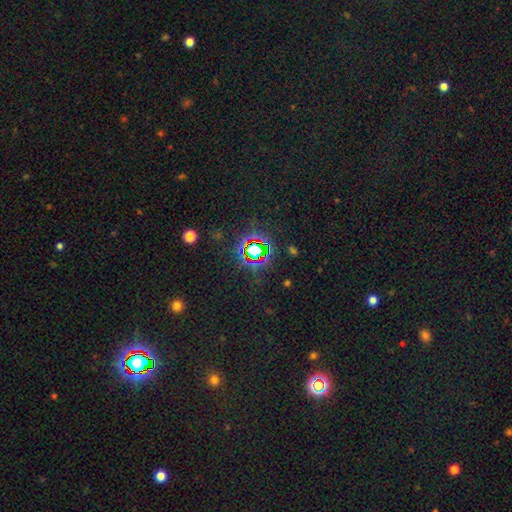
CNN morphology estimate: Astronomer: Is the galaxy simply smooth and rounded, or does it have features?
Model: star or artifact — 76%.